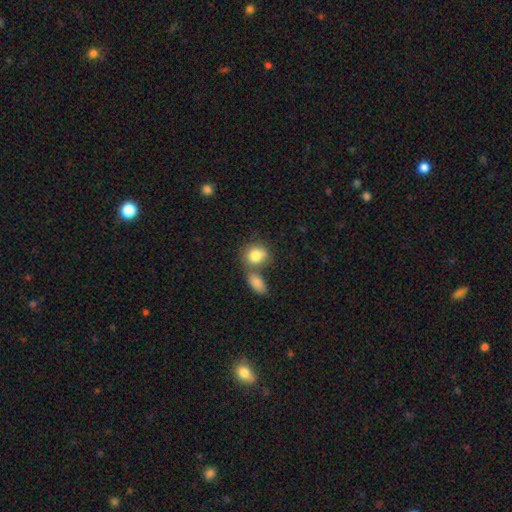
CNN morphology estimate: smooth_or_featured: smooth (p=0.83) [alt: featured or disk p=0.10]
how_rounded: round (p=0.55) [alt: in between p=0.43]
merging: merger (p=0.44) [alt: none p=0.40]